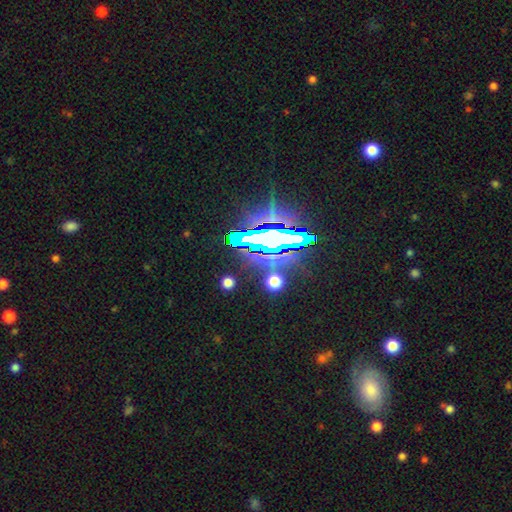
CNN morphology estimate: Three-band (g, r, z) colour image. It shows a star or artifact, not a galaxy (72%).